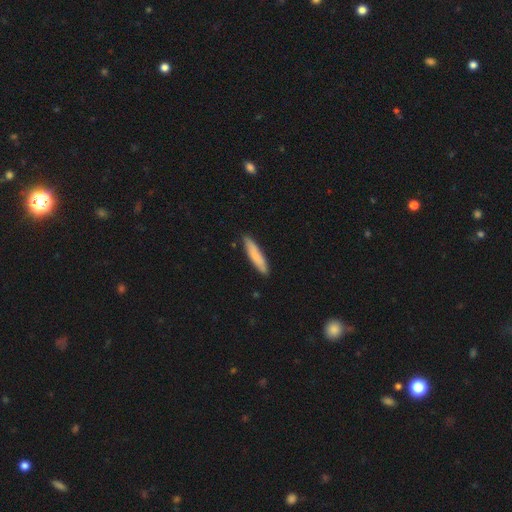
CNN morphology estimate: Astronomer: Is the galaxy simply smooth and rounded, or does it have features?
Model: smooth — 79%.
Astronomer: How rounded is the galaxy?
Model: cigar-shaped — 88%.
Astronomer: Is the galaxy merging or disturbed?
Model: none — 88%.